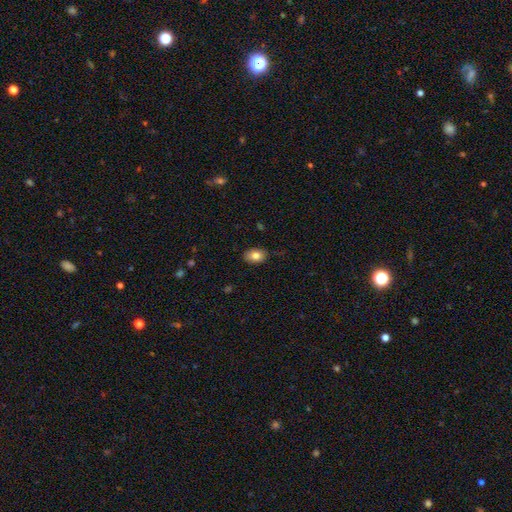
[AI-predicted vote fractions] The model was most divided on "how rounded": in between: 78%, round: 21%, cigar-shaped: 1%. More confident: merging — none (84%); smooth or featured — smooth (81%).